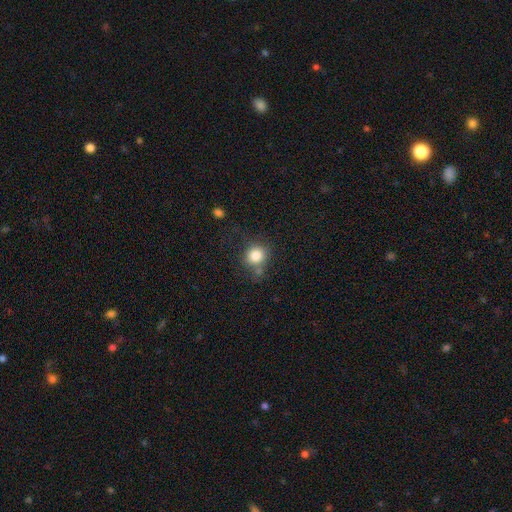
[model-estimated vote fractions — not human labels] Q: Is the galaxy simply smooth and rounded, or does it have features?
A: smooth — 83%.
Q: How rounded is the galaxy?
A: round — 81%.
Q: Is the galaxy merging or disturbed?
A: none — 66%.